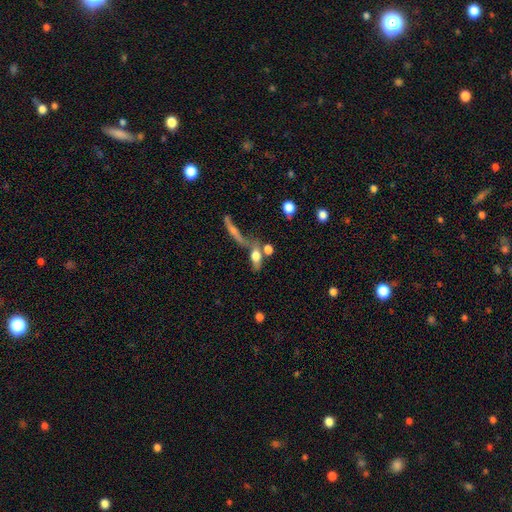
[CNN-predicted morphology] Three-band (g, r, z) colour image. It shows a smooth galaxy with no disk features (61%) that is in between round and cigar-shaped (62%). Merging: merger (40%).